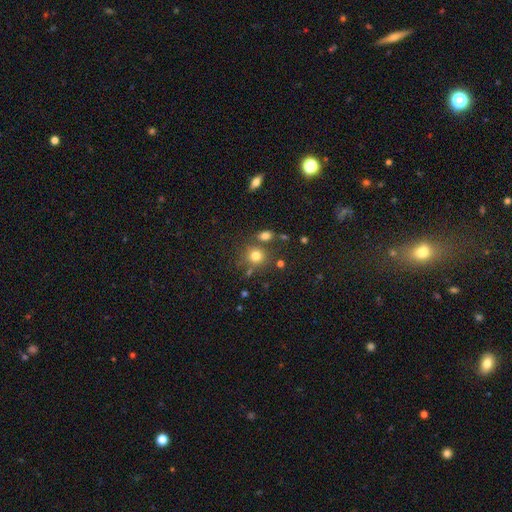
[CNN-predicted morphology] A smooth galaxy with no disk features (77%) that is round (84%). Merging: none (70%).